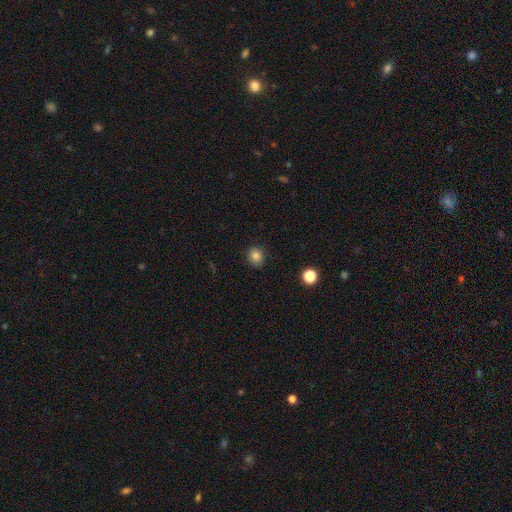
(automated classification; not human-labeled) A smooth galaxy with no disk features (83%) that is round (80%). Merging: none (88%).